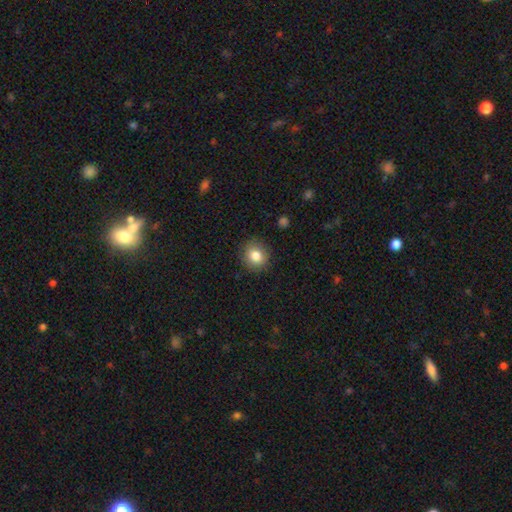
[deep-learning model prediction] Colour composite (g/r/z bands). It shows a smooth galaxy with no disk features (83%) that is round (82%). Merging: none (88%).